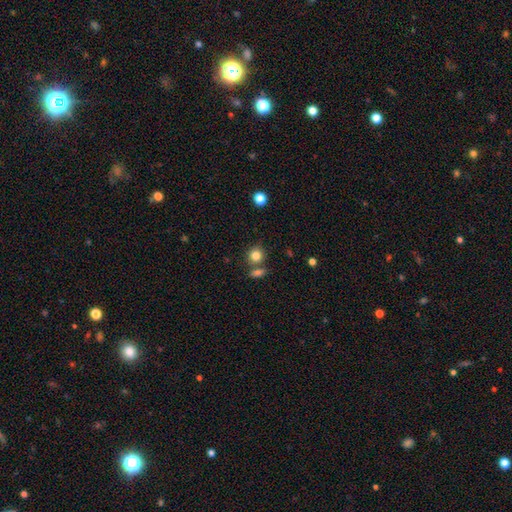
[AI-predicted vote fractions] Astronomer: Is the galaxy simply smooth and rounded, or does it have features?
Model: smooth — 83%.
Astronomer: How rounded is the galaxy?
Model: round — 84%.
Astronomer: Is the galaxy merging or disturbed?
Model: none — 69%.